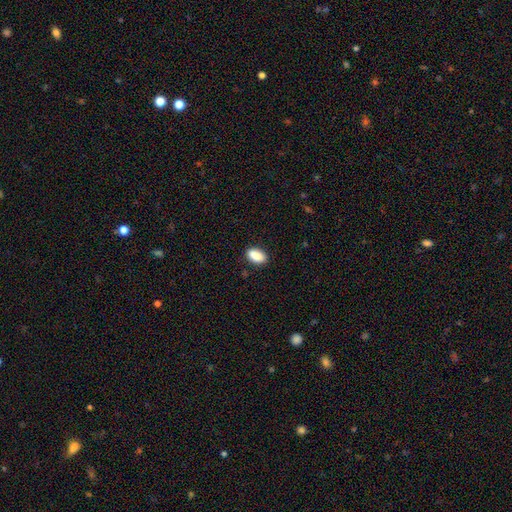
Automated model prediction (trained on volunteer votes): Smooth or featured? Predicted: smooth (p=0.89). How rounded? Predicted: in between (p=0.90). Merging? Predicted: none (p=0.85).